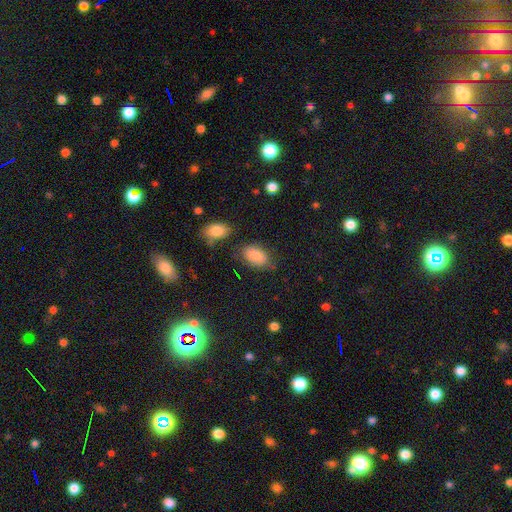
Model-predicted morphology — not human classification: Overall: smooth (85%). How rounded: in between (93%). Merging: none (69%).